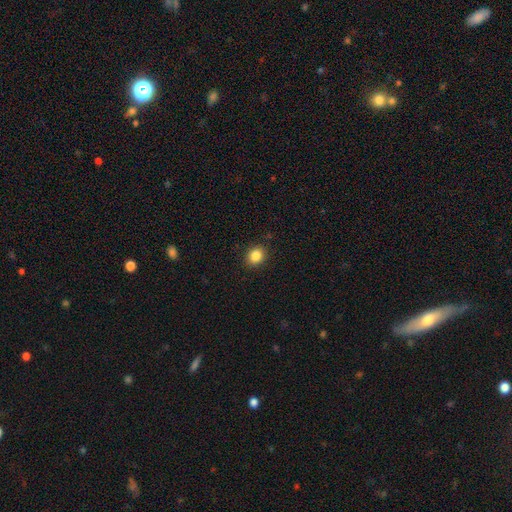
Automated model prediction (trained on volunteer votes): The model was most divided on "how rounded": round: 67%, in between: 32%, cigar-shaped: 1%. More confident: merging — none (89%); smooth or featured — smooth (85%).